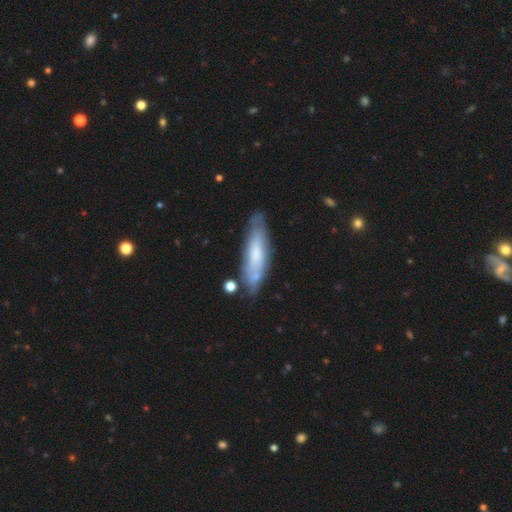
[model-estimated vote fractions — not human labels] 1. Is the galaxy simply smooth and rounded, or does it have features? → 54% smooth, 39% featured or disk, 7% star or artifact.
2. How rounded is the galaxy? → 64% cigar-shaped, 34% in between, 2% round.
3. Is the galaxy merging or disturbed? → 69% none, 20% minor disturbance, 6% major disturbance, 6% merger.